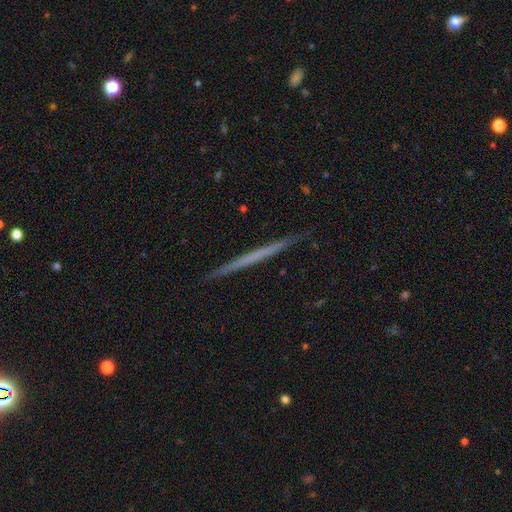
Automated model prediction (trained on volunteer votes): featured or disk 54%, smooth 40%, star or artifact 6%. Down the decision tree: edge-on disk — yes (97%); edge-on bulge — none (94%); merging — none (91%).